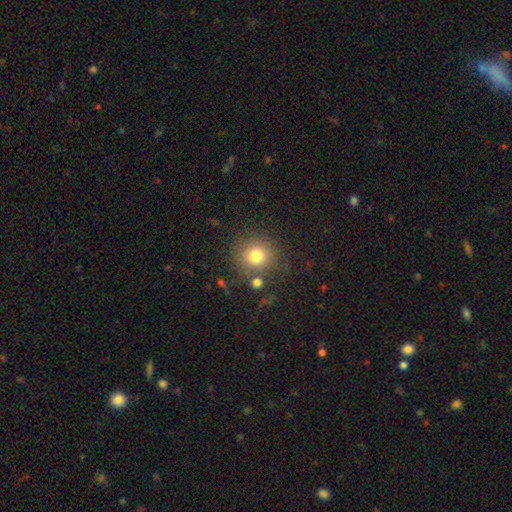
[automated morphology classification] Q: Smooth or featured?
A: smooth (77%); runner-up: star or artifact (14%)
Q: How rounded?
A: round (91%); runner-up: in between (8%)
Q: Merging?
A: none (78%); runner-up: minor disturbance (10%)